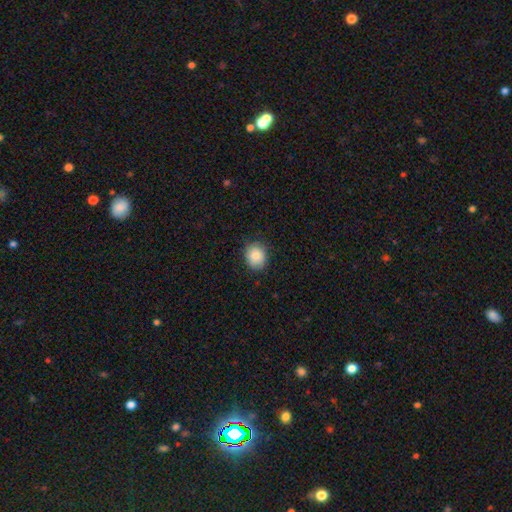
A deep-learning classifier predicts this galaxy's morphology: Smooth or featured: smooth — 85% (star or artifact — 8%)
How rounded: round — 67% (in between — 32%)
Merging: none — 83% (minor disturbance — 13%)